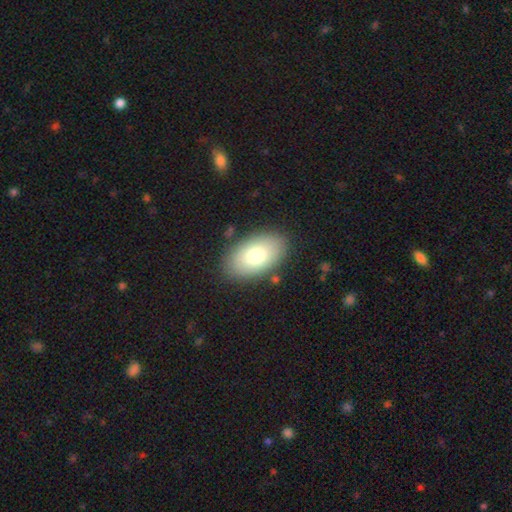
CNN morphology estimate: Q: Smooth or featured?
A: smooth (78%); runner-up: featured or disk (15%)
Q: How rounded?
A: in between (94%); runner-up: round (5%)
Q: Merging?
A: none (85%); runner-up: minor disturbance (10%)